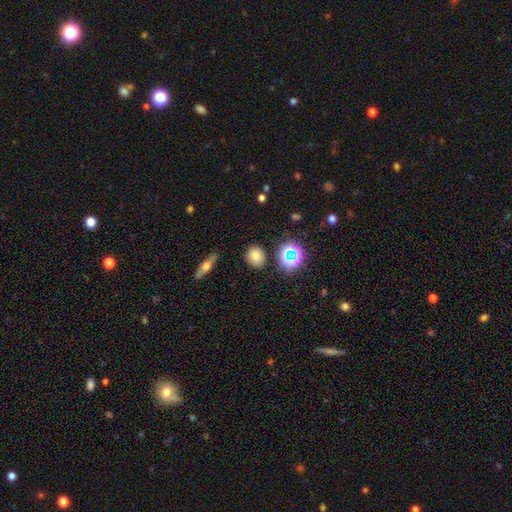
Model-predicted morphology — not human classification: Overall: smooth (72%). How rounded: round (67%; in between 32%). Merging: none (84%).